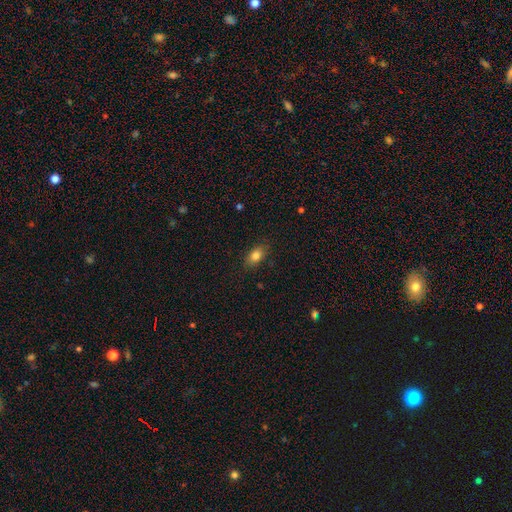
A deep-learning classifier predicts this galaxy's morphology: type=smooth (83%); roundness=in between (84%); merging=none (84%).